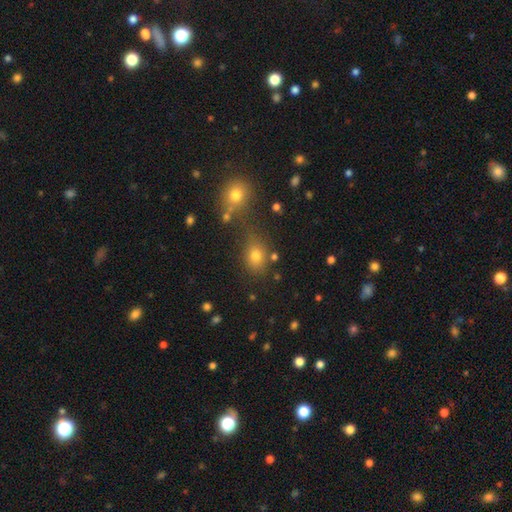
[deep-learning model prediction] A smooth galaxy with no disk features (72%) that is in between round and cigar-shaped (51%). Merging: none (65%).